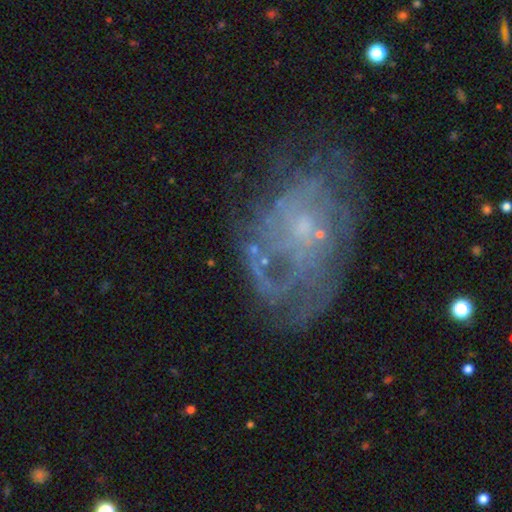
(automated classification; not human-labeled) Smooth or featured: featured or disk — 73% (smooth — 16%)
Edge-on disk: no — 97% (yes — 3%)
Bar: no — 78% (weak — 19%)
Spiral arms: yes — 64% (no — 36%)
Bulge size: small — 60% (none — 21%)
Merging: none — 48% (major disturbance — 27%)